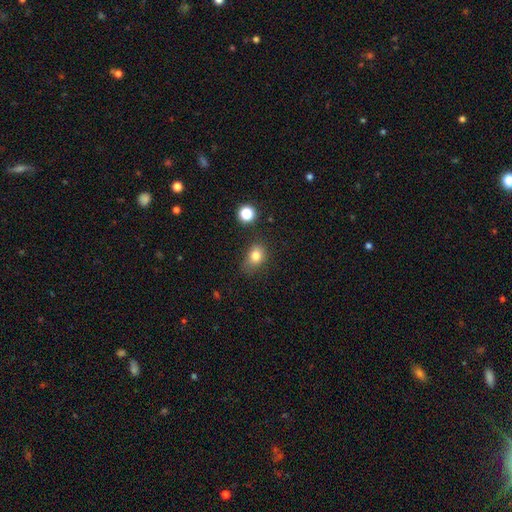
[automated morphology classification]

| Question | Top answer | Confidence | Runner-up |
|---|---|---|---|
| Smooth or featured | smooth | 79% | star or artifact (12%) |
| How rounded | in between | 60% | round (38%) |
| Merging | none | 64% | minor disturbance (25%) |